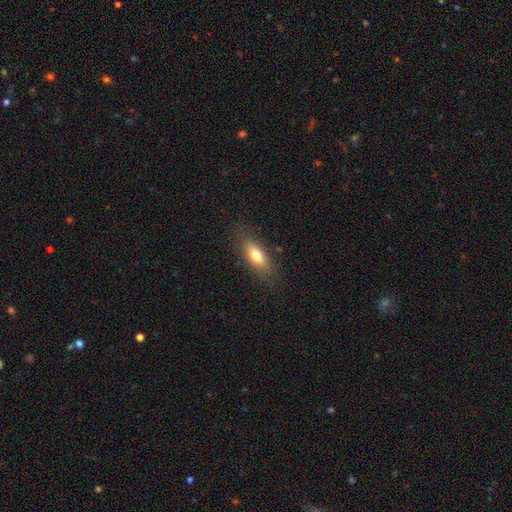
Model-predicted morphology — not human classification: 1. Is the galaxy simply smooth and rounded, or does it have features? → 71% smooth, 22% featured or disk, 8% star or artifact.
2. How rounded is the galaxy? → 69% in between, 27% cigar-shaped, 4% round.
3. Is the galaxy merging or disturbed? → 82% none, 13% minor disturbance, 4% major disturbance, 1% merger.